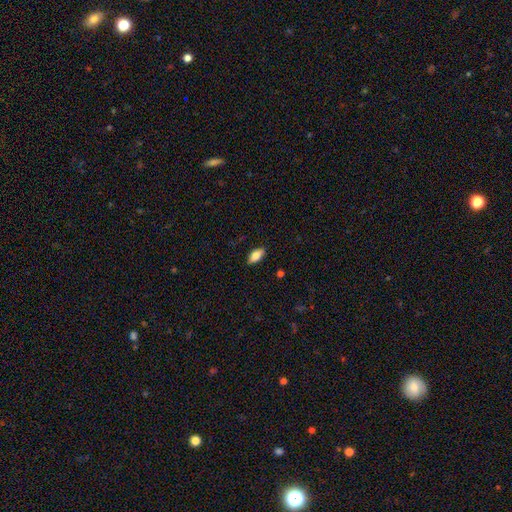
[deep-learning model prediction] Q: Smooth or featured?
A: smooth (78%); runner-up: featured or disk (15%)
Q: How rounded?
A: in between (85%); runner-up: cigar-shaped (12%)
Q: Merging?
A: none (87%); runner-up: minor disturbance (10%)